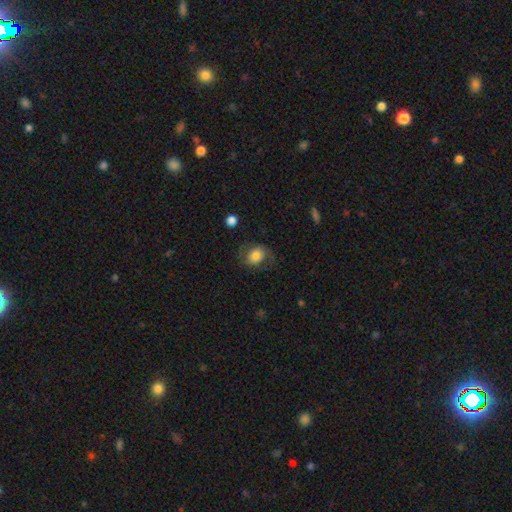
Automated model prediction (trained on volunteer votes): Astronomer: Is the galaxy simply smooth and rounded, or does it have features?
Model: smooth — 64%.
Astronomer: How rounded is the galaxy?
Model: in between — 54% (runner-up: round, 45%).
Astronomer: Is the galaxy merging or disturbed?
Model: none — 63%.